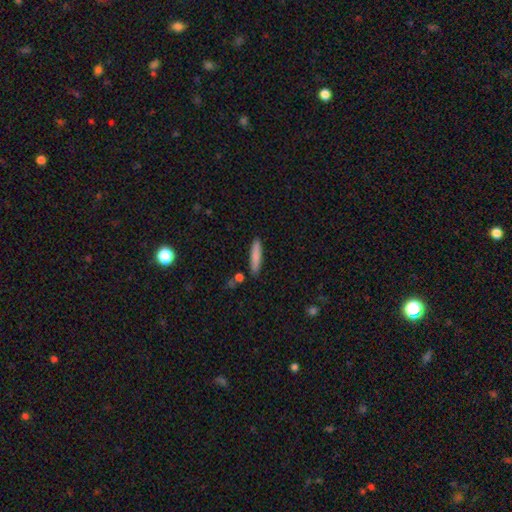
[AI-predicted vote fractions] Smooth or featured?
  - smooth: 83% *
  - featured or disk: 10%
  - star or artifact: 7%
How rounded?
  - cigar-shaped: 84% *
  - in between: 14%
  - round: 2%
Merging?
  - none: 85% *
  - minor disturbance: 9%
  - merger: 3%
  - major disturbance: 2%